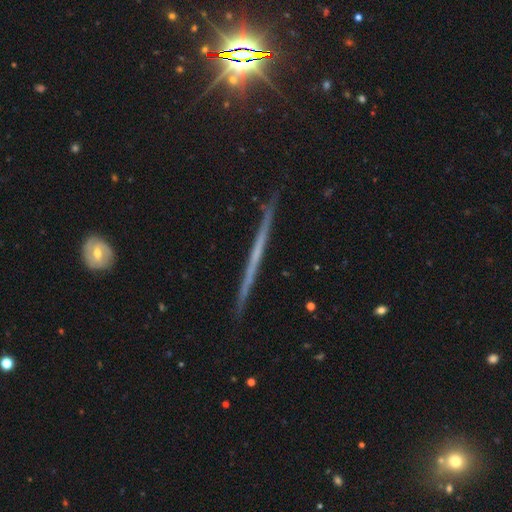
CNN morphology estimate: The model was most divided on "smooth or featured": featured or disk: 70%, smooth: 20%, star or artifact: 11%. More confident: edge-on disk — yes (97%); merging — none (90%); edge-on bulge — none (86%).